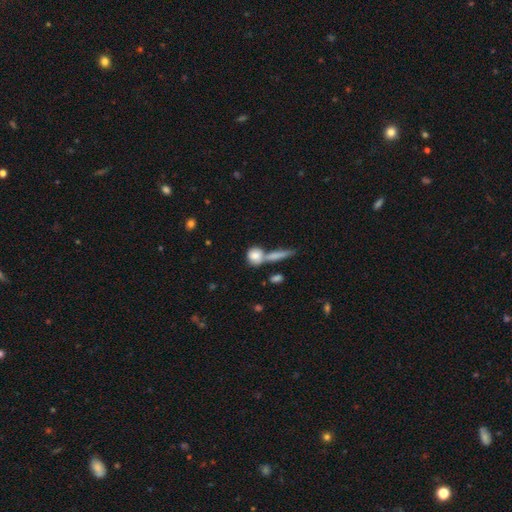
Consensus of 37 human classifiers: smooth 84%, featured or disk 8%, star or artifact 8%. Down the decision tree: how rounded — round (68%); merging — none (41%).